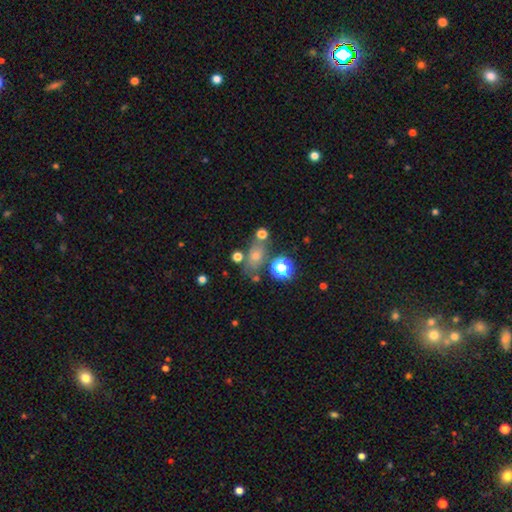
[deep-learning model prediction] smooth-or-featured: smooth: 63% | featured or disk: 19% | star or artifact: 18%
  how-rounded: in between: 67% | round: 27% | cigar-shaped: 6%
  merging: none: 59% | minor disturbance: 17% | merger: 16% | major disturbance: 8%